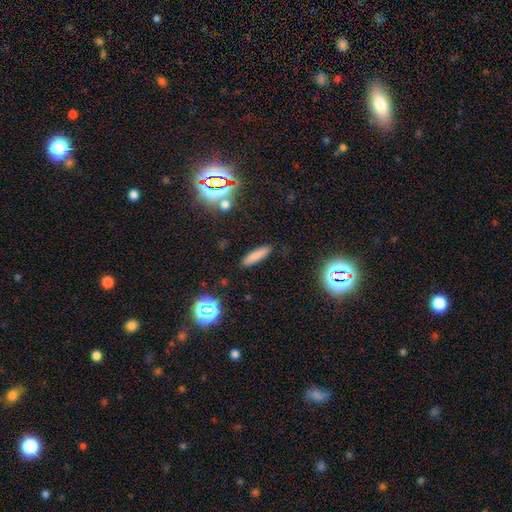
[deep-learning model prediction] Smooth or featured: smooth — 81% (star or artifact — 11%)
How rounded: cigar-shaped — 76% (in between — 22%)
Merging: none — 89% (minor disturbance — 7%)